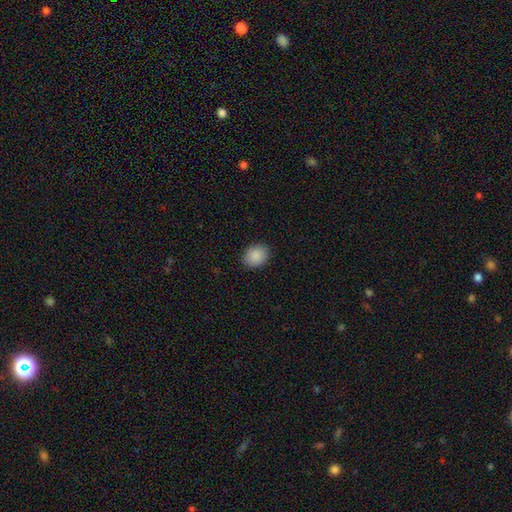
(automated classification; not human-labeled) Q: Smooth or featured?
A: smooth (89%); runner-up: star or artifact (8%)
Q: How rounded?
A: in between (52%); runner-up: round (47%)
Q: Merging?
A: none (89%); runner-up: minor disturbance (8%)